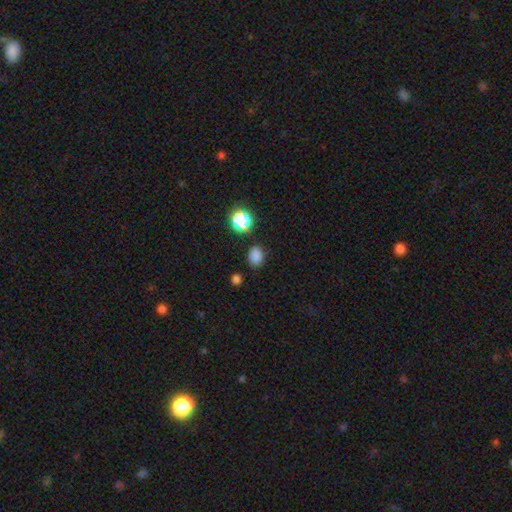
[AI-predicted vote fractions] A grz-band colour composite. It shows a smooth galaxy with no disk features (80%) that is in between round and cigar-shaped (56%). Merging: none (81%).